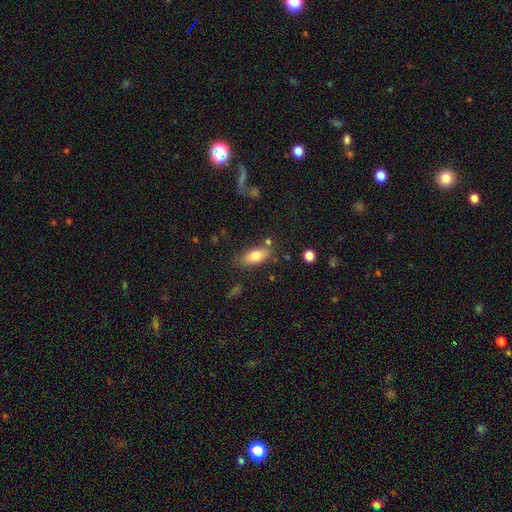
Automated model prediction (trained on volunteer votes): Smooth or featured: smooth — 77% (featured or disk — 15%)
How rounded: in between — 83% (cigar-shaped — 13%)
Merging: none — 70% (minor disturbance — 17%)